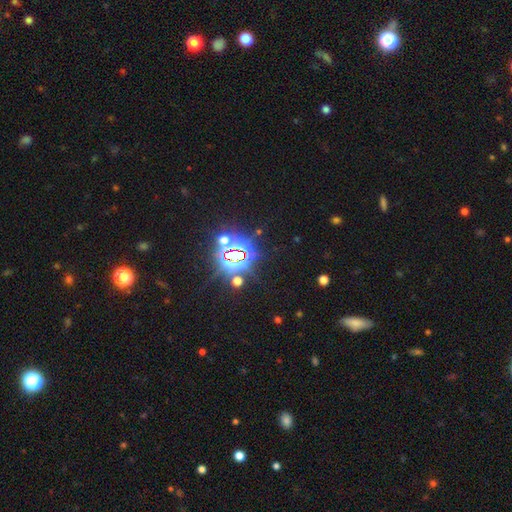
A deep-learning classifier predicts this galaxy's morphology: The model was most divided on "smooth or featured": star or artifact: 82%, smooth: 11%, featured or disk: 7%.